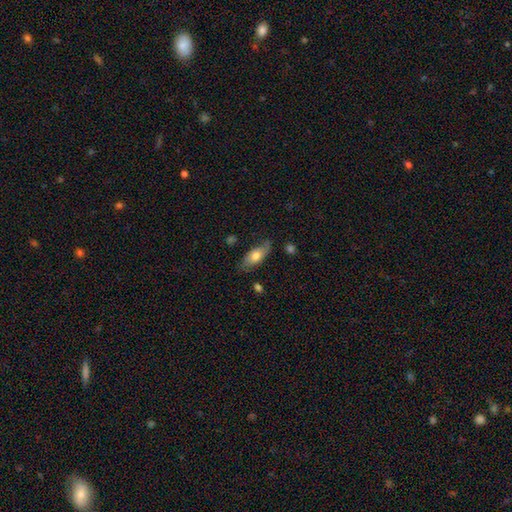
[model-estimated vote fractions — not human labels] Smooth or featured? Predicted: smooth (p=0.62). How rounded? Predicted: in between (p=0.82). Merging? Predicted: none (p=0.71).